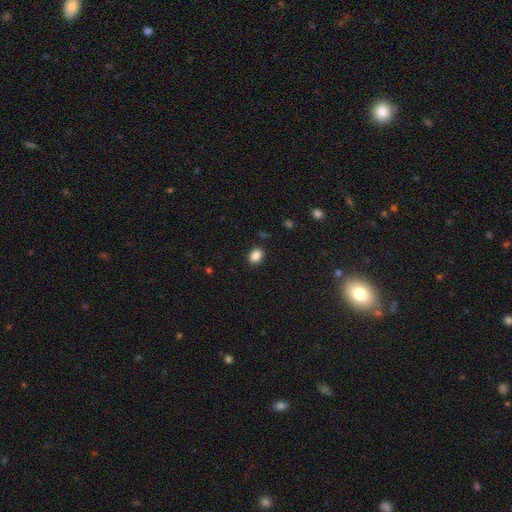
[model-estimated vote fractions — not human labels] Smooth or featured?
  - smooth: 87% *
  - star or artifact: 10%
  - featured or disk: 3%
How rounded?
  - in between: 68% *
  - round: 31%
  - cigar-shaped: 1%
Merging?
  - none: 88% *
  - minor disturbance: 9%
  - major disturbance: 2%
  - merger: 1%